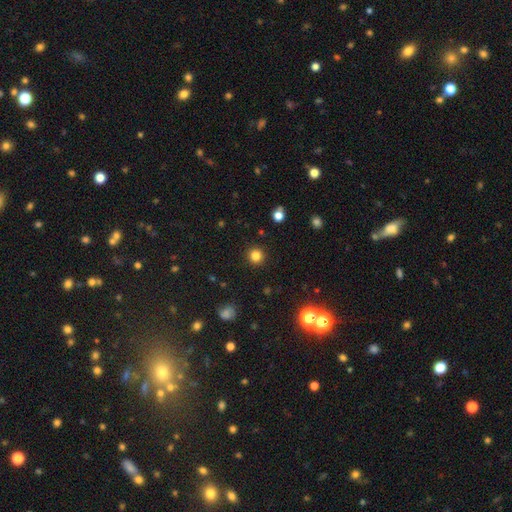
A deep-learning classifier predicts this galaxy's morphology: Smooth or featured? Predicted: smooth (p=0.82). How rounded? Predicted: round (p=0.95). Merging? Predicted: none (p=0.92).